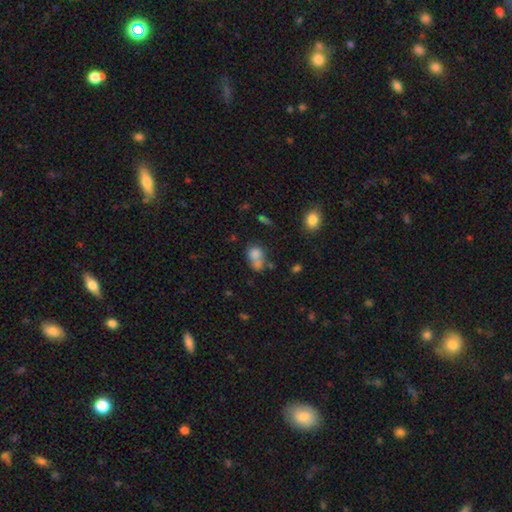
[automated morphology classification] Q: Smooth or featured?
A: smooth (75%); runner-up: featured or disk (13%)
Q: How rounded?
A: in between (54%); runner-up: round (44%)
Q: Merging?
A: merger (46%); runner-up: none (29%)